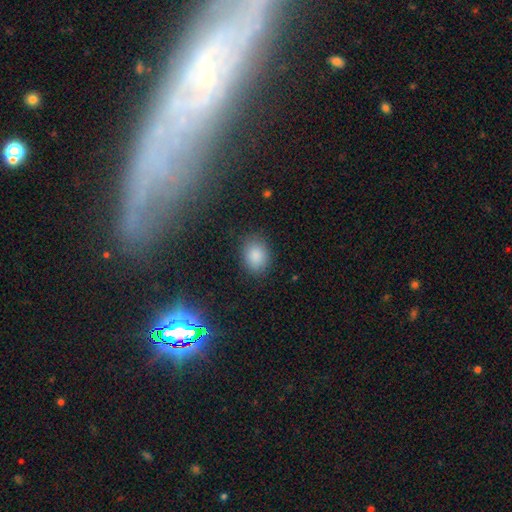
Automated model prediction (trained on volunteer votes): smooth-or-featured: smooth: 87% | star or artifact: 9% | featured or disk: 5%
  how-rounded: in between: 65% | round: 34% | cigar-shaped: 1%
  merging: none: 85% | minor disturbance: 10% | major disturbance: 3% | merger: 1%